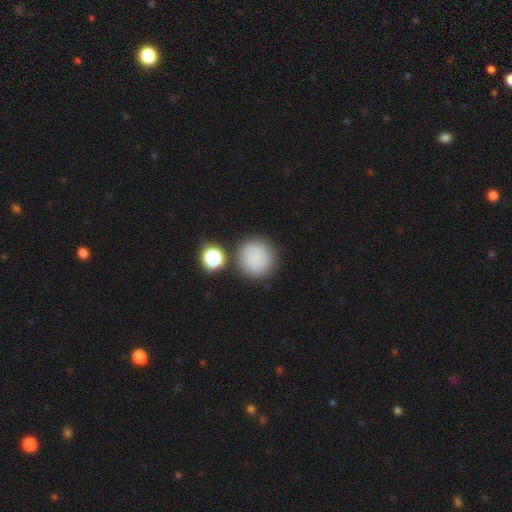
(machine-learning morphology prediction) Overall: smooth (83%). How rounded: round (93%). Merging: none (80%).